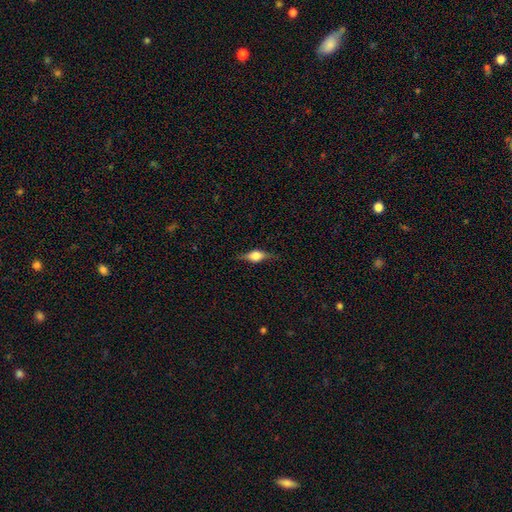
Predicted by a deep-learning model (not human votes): Smooth or featured? featured or disk (51%)
Edge-on disk? yes (93%)
Merging? none (80%)